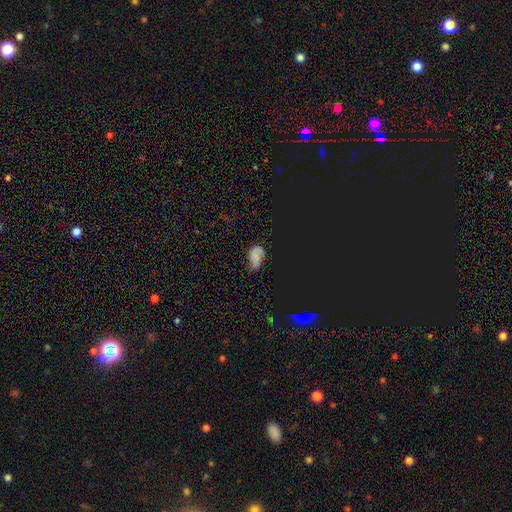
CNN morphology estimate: Q: Smooth or featured?
A: smooth (46%); runner-up: star or artifact (32%)
Q: Merging?
A: none (46%); runner-up: minor disturbance (35%)